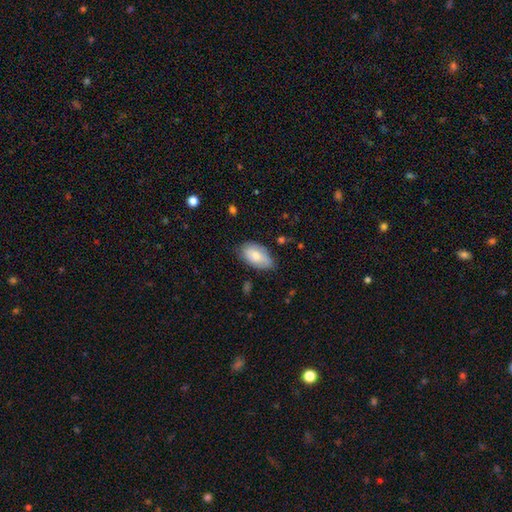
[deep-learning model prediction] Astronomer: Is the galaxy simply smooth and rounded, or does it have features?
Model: smooth — 76%.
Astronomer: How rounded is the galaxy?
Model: in between — 94%.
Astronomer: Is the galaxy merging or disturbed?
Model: none — 68%.